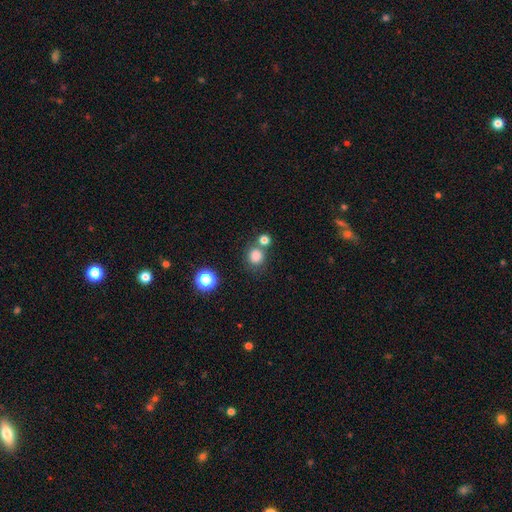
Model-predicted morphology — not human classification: Smooth or featured? smooth (81%)
How rounded? round (85%)
Merging? none (64%)